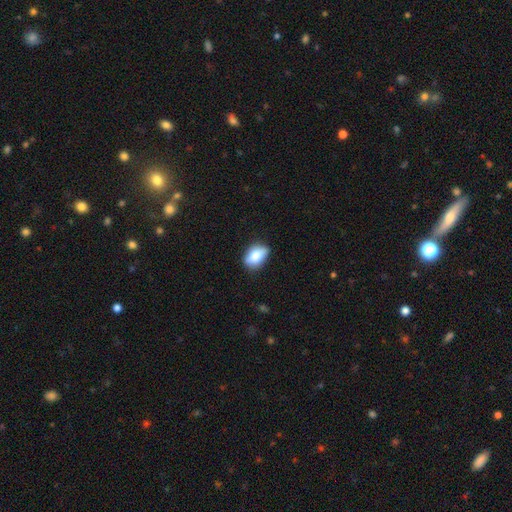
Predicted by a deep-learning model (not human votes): Q: Smooth or featured?
A: smooth (74%); runner-up: featured or disk (19%)
Q: How rounded?
A: in between (84%); runner-up: round (13%)
Q: Merging?
A: none (75%); runner-up: minor disturbance (20%)